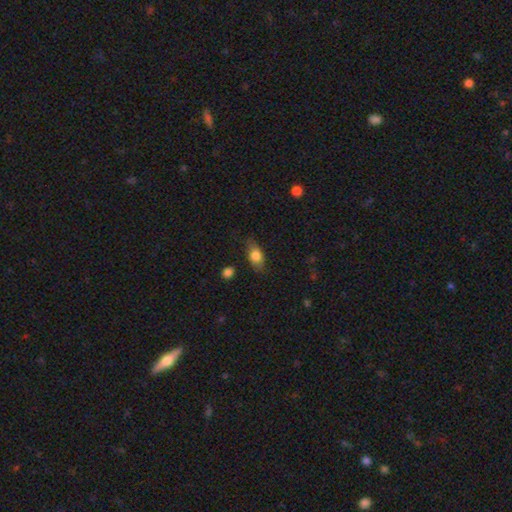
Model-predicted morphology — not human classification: Overall: smooth (76%). How rounded: in between (81%). Merging: none (74%).